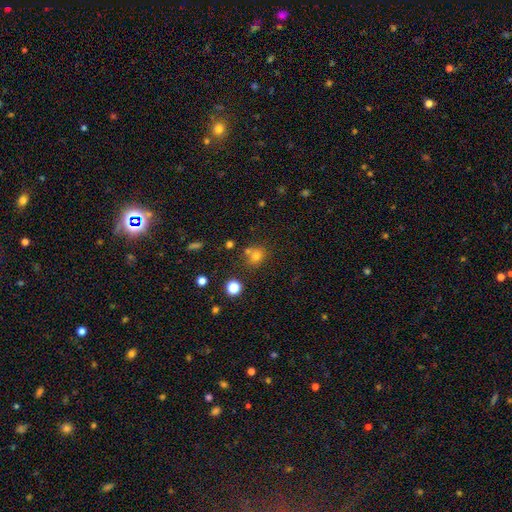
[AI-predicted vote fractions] smooth_or_featured: smooth (p=0.70) [alt: star or artifact p=0.21]
how_rounded: round (p=0.80) [alt: in between p=0.19]
merging: none (p=0.60) [alt: merger p=0.26]